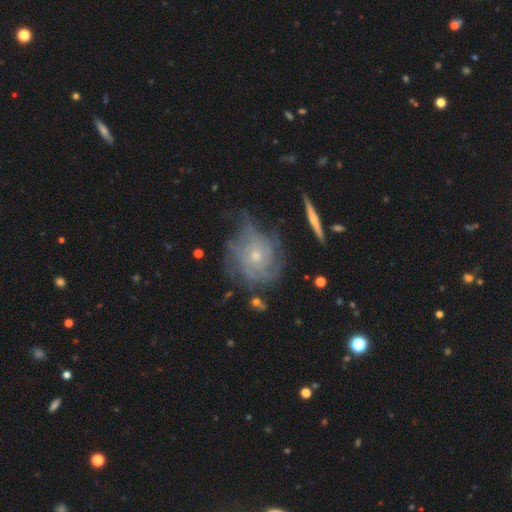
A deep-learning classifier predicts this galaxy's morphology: A featured or disk galaxy (76%) with no bar (82%), tight (63%) spiral arms (85%) and a small central bulge (60%). Merging: none (58%).